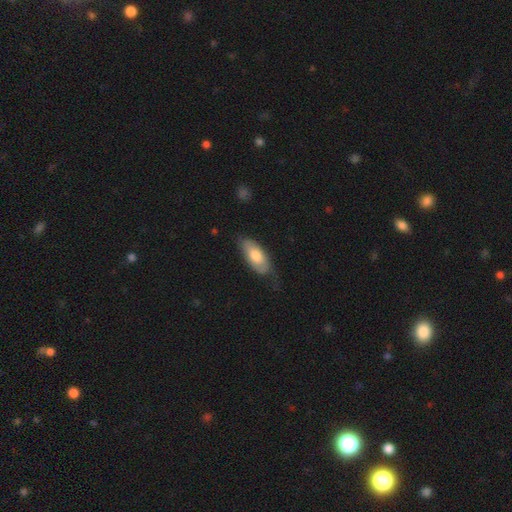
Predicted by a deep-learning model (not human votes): Smooth or featured? Predicted: smooth (p=0.67). How rounded? Predicted: in between (p=0.87). Merging? Predicted: none (p=0.59).